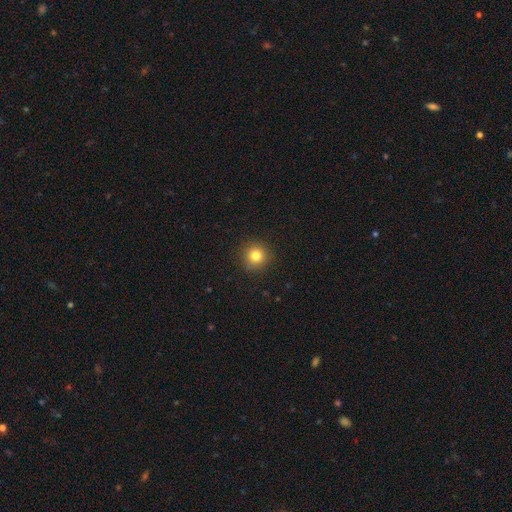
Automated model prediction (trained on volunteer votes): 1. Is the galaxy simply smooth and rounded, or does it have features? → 82% smooth, 12% star or artifact, 6% featured or disk.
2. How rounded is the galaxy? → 93% round, 6% in between, 1% cigar-shaped.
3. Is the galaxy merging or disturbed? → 91% none, 6% minor disturbance, 2% major disturbance, 1% merger.